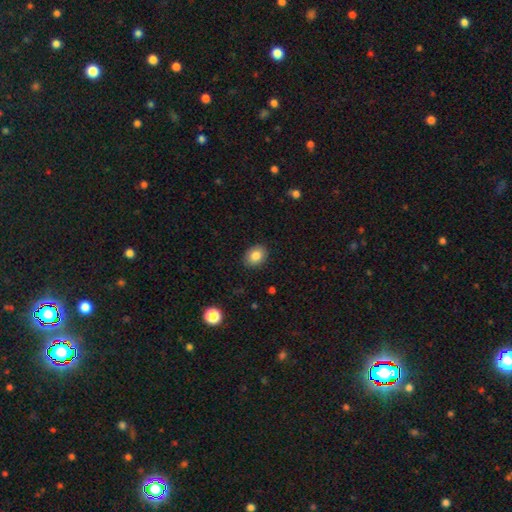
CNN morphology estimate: Smooth or featured? smooth (84%)
How rounded? in between (59%)
Merging? none (88%)